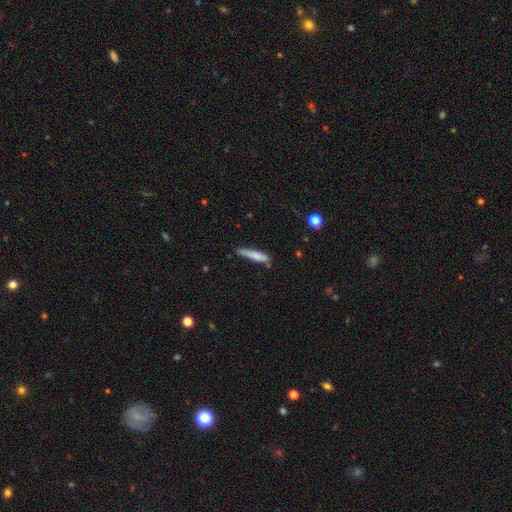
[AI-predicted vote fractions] Smooth or featured? smooth (77%)
How rounded? cigar-shaped (87%)
Merging? none (68%)